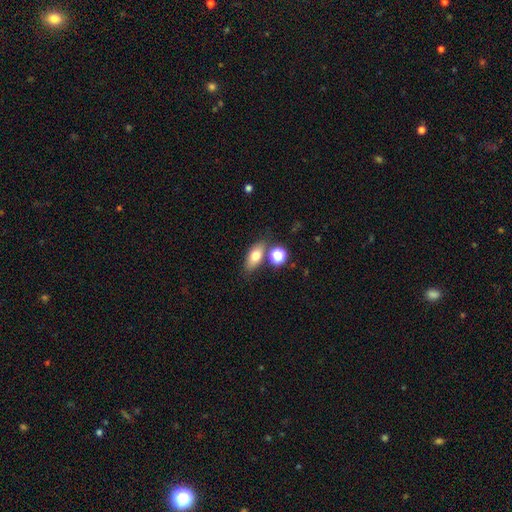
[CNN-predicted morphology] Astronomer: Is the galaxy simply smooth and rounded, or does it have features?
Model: smooth — 73%.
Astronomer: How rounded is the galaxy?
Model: in between — 78%.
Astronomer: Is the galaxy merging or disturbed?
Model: none — 69%.